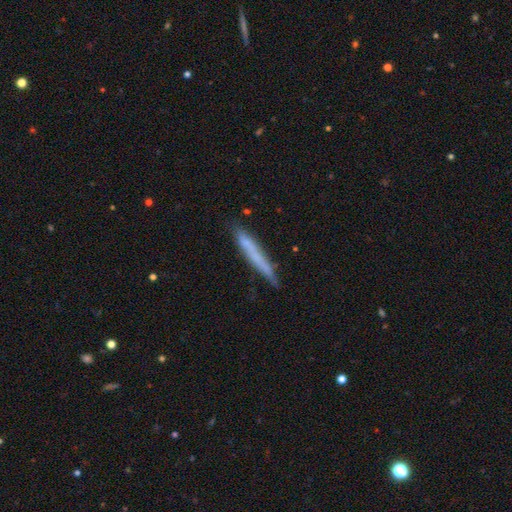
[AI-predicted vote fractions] smooth-or-featured: smooth: 59% | featured or disk: 34% | star or artifact: 7%
  how-rounded: cigar-shaped: 96% | in between: 3% | round: 1%
  merging: none: 79% | minor disturbance: 16% | major disturbance: 3% | merger: 2%